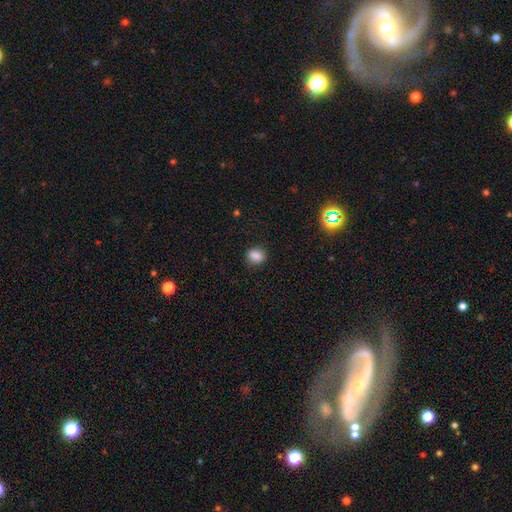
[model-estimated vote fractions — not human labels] Overall: smooth (84%). How rounded: round (52%; in between 46%). Merging: none (85%).